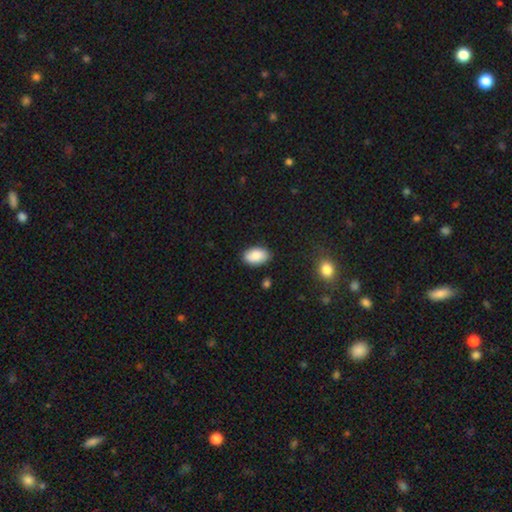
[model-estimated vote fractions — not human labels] smooth-or-featured: smooth: 88% | star or artifact: 7% | featured or disk: 5%
  how-rounded: in between: 93% | round: 6% | cigar-shaped: 1%
  merging: none: 87% | minor disturbance: 9% | major disturbance: 2% | merger: 1%